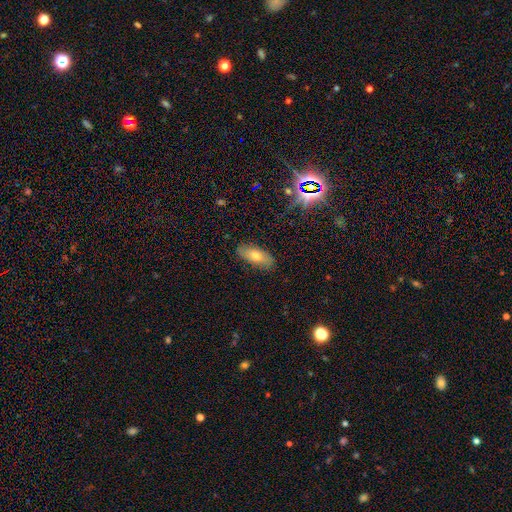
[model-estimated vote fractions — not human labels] Smooth or featured?
  - smooth: 63% *
  - featured or disk: 23%
  - star or artifact: 14%
How rounded?
  - in between: 82% *
  - cigar-shaped: 15%
  - round: 3%
Merging?
  - none: 84% *
  - minor disturbance: 12%
  - major disturbance: 3%
  - merger: 1%